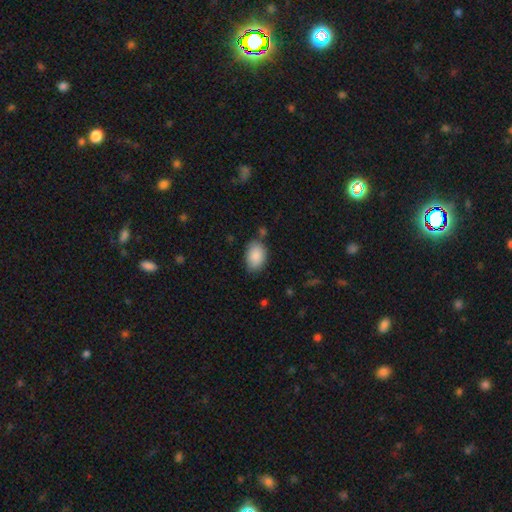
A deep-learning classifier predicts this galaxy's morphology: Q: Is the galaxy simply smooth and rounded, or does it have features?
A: smooth — 88%.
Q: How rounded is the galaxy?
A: in between — 88%.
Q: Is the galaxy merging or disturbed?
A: none — 76%.